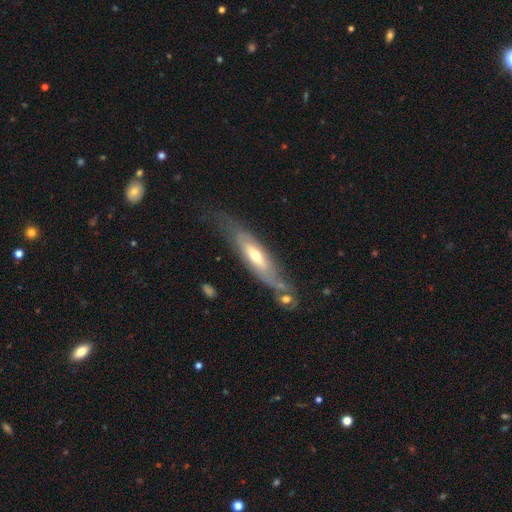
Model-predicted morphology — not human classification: smooth-or-featured: featured or disk: 62% | smooth: 32% | star or artifact: 6%
  disk-edge-on: no: 54% | yes: 46%
  merging: none: 57% | minor disturbance: 22% | major disturbance: 13% | merger: 8%